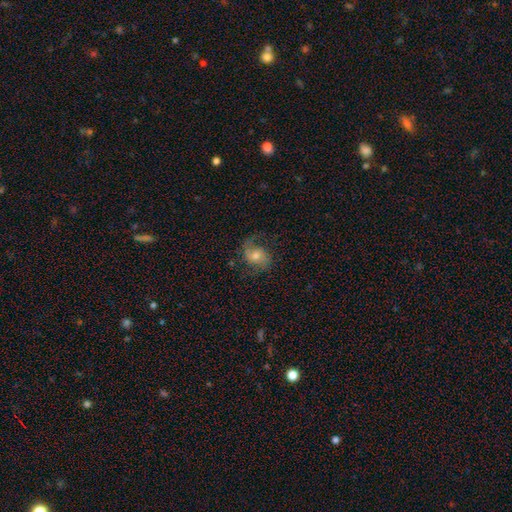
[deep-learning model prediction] Overall: featured or disk (70%). Edge-on disk: no (97%). Bar: no (61%; weak 32%). Spiral arms: yes (94%). Spiral arm count: 2 (76%). Spiral winding: loose (45%; medium 42%). Bulge size: moderate (60%; small 31%). Merging: none (66%).